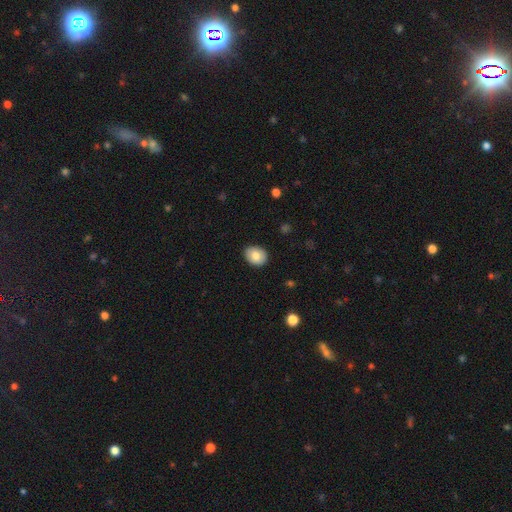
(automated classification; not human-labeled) Smooth or featured: smooth — 79% (featured or disk — 14%)
How rounded: in between — 55% (round — 44%)
Merging: none — 88% (minor disturbance — 9%)